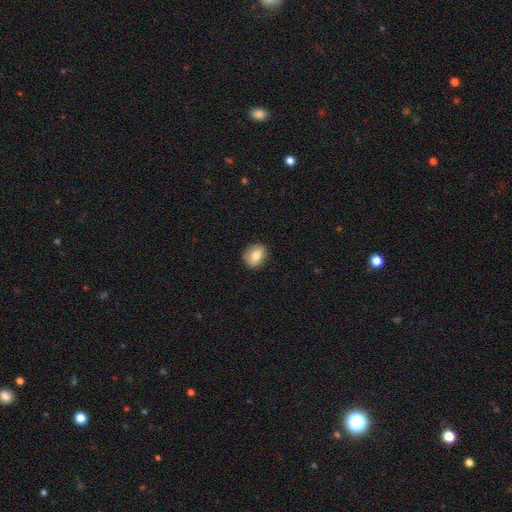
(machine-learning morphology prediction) smooth 79%, featured or disk 12%, star or artifact 8%. Down the decision tree: how rounded — round (53%); merging — none (85%).